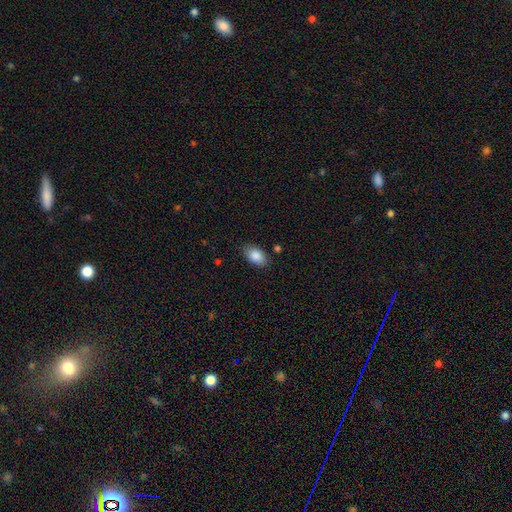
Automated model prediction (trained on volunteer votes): Smooth or featured? smooth (88%)
How rounded? in between (91%)
Merging? none (83%)